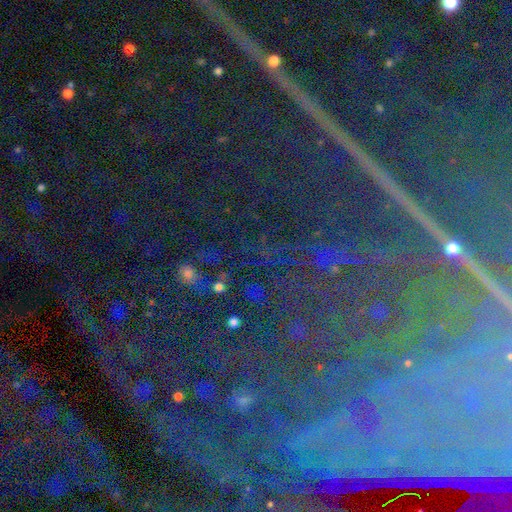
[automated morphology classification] Overall: star or artifact (85%).